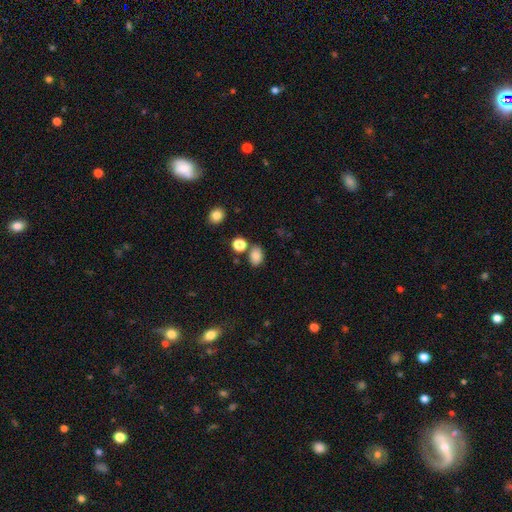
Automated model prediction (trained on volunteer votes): smooth 84%, star or artifact 11%, featured or disk 5%. Down the decision tree: how rounded — in between (73%); merging — none (74%).